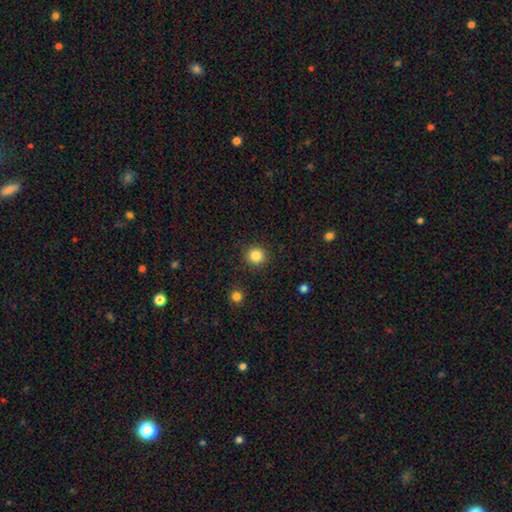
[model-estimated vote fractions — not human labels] This appears to be a smooth galaxy with no disk features (85%) that is round (93%). Merging: none (91%).